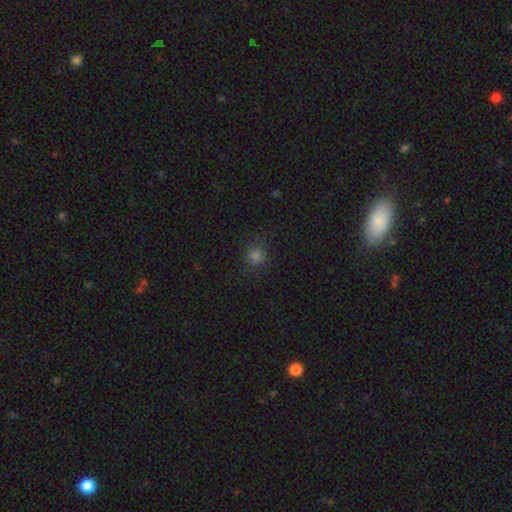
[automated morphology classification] This appears to be a smooth galaxy with no disk features (74%) that is round (88%). Merging: none (83%).